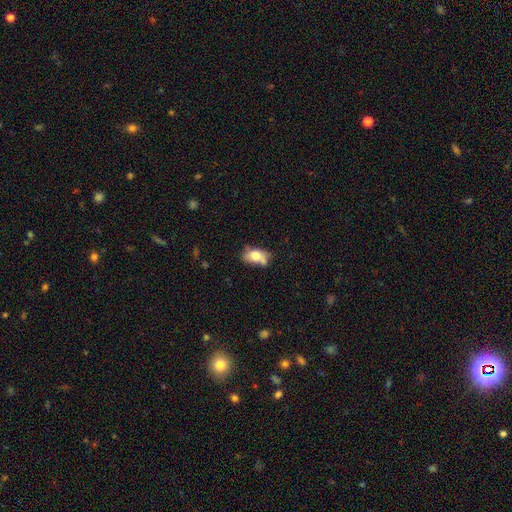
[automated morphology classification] smooth 68%, featured or disk 23%, star or artifact 9%. Down the decision tree: how rounded — in between (84%); merging — none (40%).